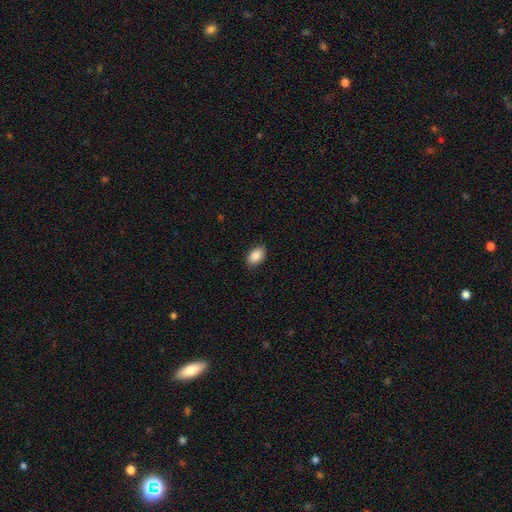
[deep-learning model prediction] Smooth or featured? smooth (89%)
How rounded? in between (91%)
Merging? none (87%)